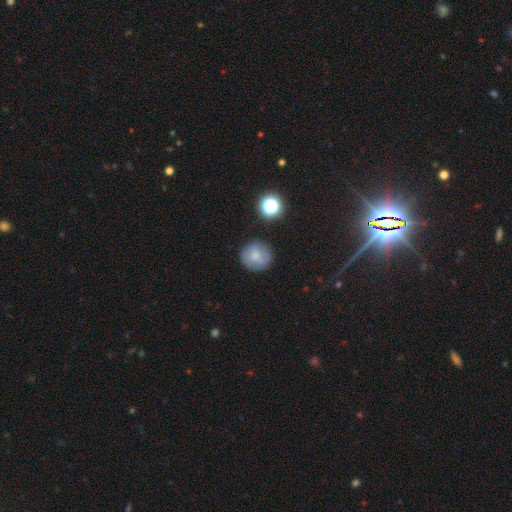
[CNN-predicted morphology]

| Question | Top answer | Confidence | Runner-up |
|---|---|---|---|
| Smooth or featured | smooth | 70% | featured or disk (19%) |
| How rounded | round | 91% | in between (8%) |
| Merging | none | 82% | minor disturbance (11%) |